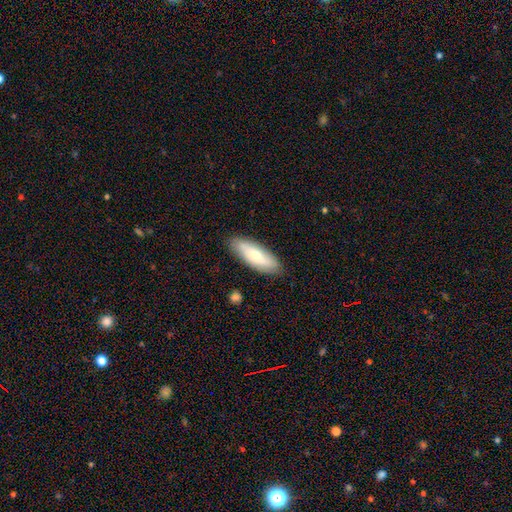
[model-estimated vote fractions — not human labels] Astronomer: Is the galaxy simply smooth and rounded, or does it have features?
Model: smooth — 66%.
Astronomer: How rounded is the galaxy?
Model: in between — 61% (runner-up: cigar-shaped, 37%).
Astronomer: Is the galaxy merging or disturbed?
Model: none — 85%.